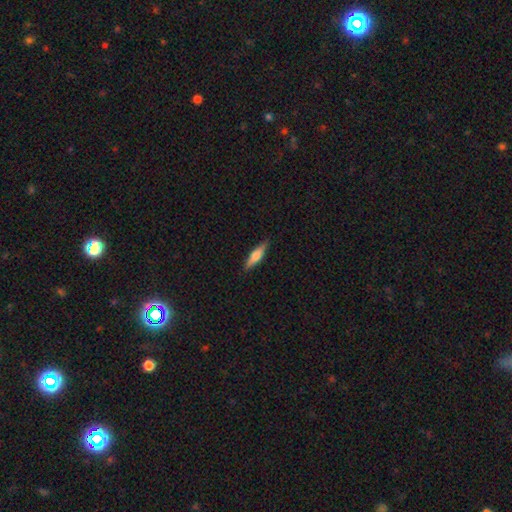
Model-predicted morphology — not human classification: smooth 57%, featured or disk 36%, star or artifact 6%. Down the decision tree: how rounded — cigar-shaped (70%); merging — none (89%).